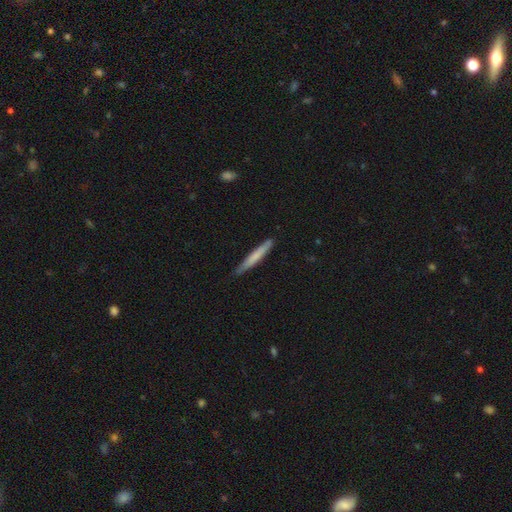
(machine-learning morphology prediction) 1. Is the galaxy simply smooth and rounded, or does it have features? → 67% smooth, 28% featured or disk, 5% star or artifact.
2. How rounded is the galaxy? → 96% cigar-shaped, 3% in between, 1% round.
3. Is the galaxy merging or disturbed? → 84% none, 13% minor disturbance, 2% major disturbance, 1% merger.